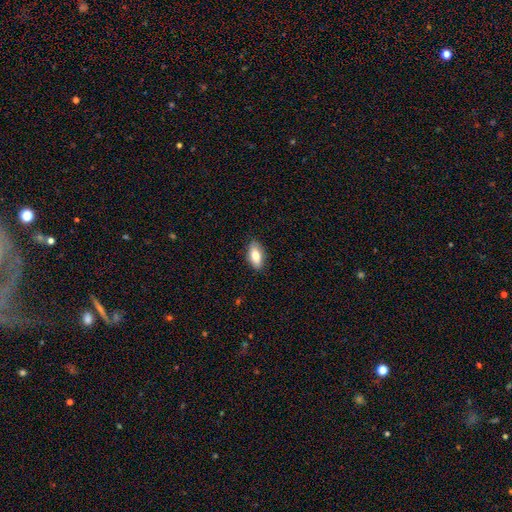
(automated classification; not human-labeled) Smooth or featured?
  - smooth: 80% *
  - featured or disk: 14%
  - star or artifact: 7%
How rounded?
  - in between: 88% *
  - cigar-shaped: 9%
  - round: 3%
Merging?
  - none: 86% *
  - minor disturbance: 11%
  - major disturbance: 2%
  - merger: 1%